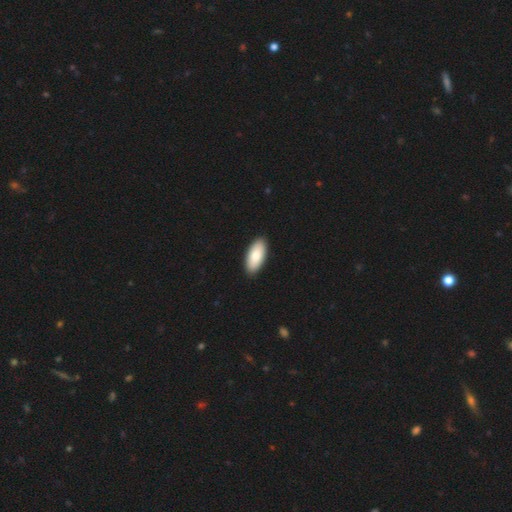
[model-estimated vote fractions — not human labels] Smooth or featured? smooth (83%)
How rounded? in between (89%)
Merging? none (91%)